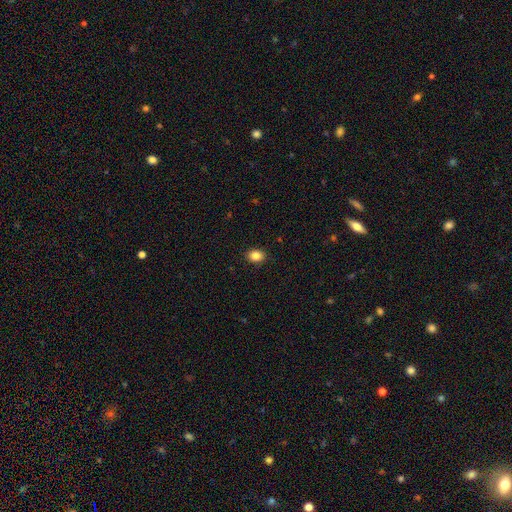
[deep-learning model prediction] smooth_or_featured: smooth (p=0.86) [alt: star or artifact p=0.09]
how_rounded: in between (p=0.64) [alt: round p=0.35]
merging: none (p=0.90) [alt: minor disturbance p=0.08]